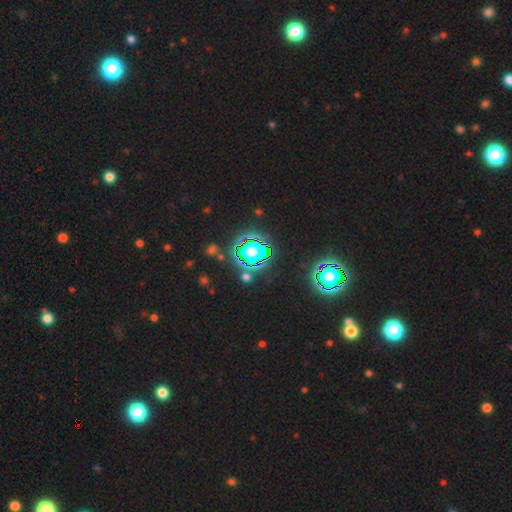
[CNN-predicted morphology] This is clearly a star or artifact rather than a galaxy (83%).